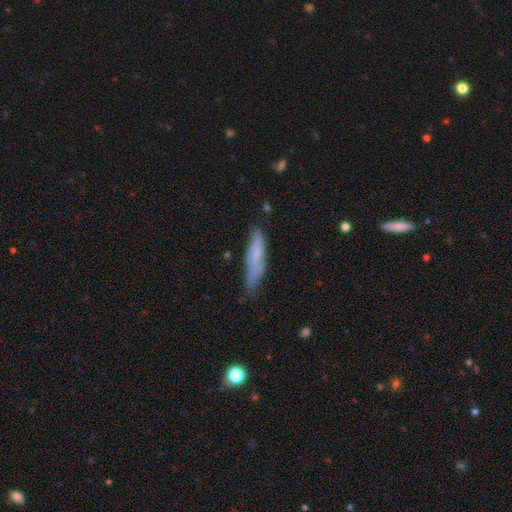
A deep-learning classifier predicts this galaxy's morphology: Smooth or featured?
  - smooth: 63% *
  - featured or disk: 30%
  - star or artifact: 7%
How rounded?
  - cigar-shaped: 81% *
  - in between: 17%
  - round: 2%
Merging?
  - none: 64% *
  - minor disturbance: 27%
  - major disturbance: 6%
  - merger: 3%